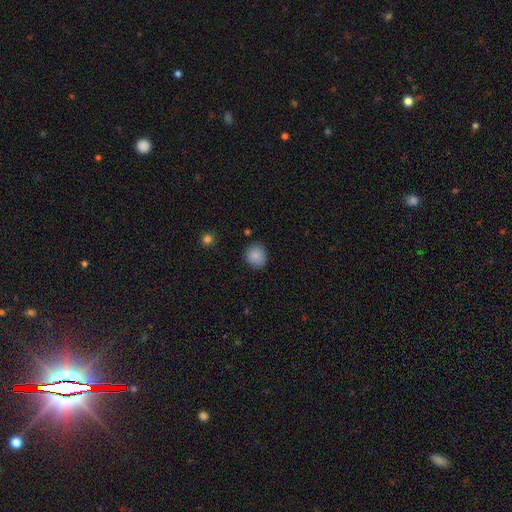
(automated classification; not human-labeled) smooth 87%, star or artifact 9%, featured or disk 4%. Down the decision tree: how rounded — round (82%); merging — none (84%).